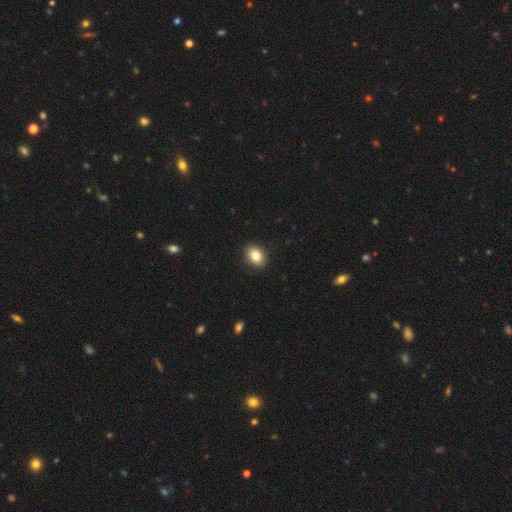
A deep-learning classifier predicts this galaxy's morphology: This is clearly a smooth galaxy (84%). How rounded: likely in between (64%). Merging: clearly none (91%).